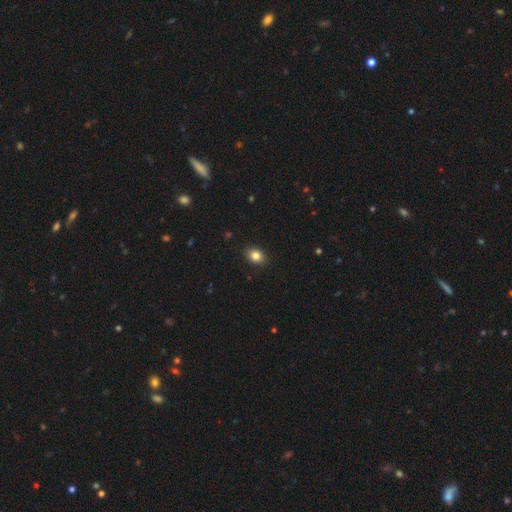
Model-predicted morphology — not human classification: smooth-or-featured: smooth: 83% | star or artifact: 10% | featured or disk: 6%
  how-rounded: in between: 61% | round: 38% | cigar-shaped: 1%
  merging: none: 89% | minor disturbance: 8% | major disturbance: 2% | merger: 1%